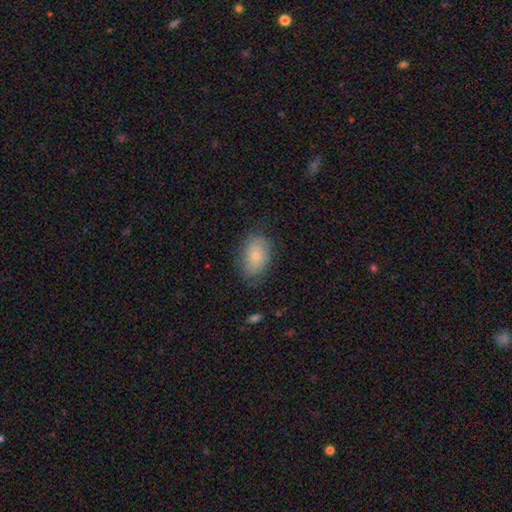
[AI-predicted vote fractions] Morphology: type=smooth (77%); roundness=in between (87%); merging=none (76%).